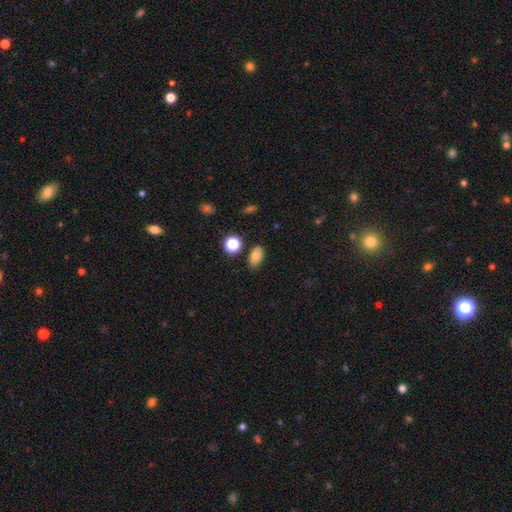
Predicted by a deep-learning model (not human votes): smooth-or-featured: smooth: 76% | star or artifact: 13% | featured or disk: 11%
  how-rounded: in between: 87% | round: 11% | cigar-shaped: 2%
  merging: none: 82% | minor disturbance: 12% | merger: 4% | major disturbance: 3%